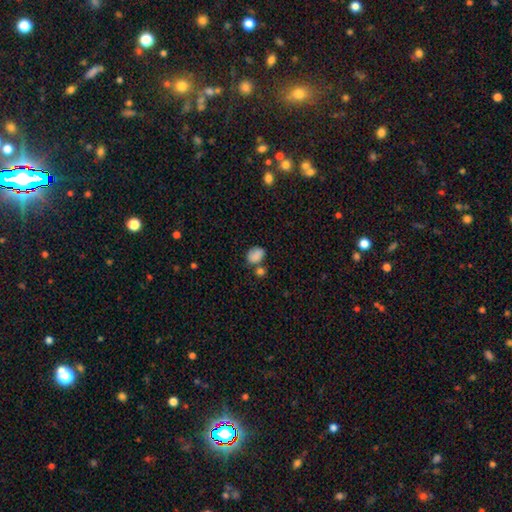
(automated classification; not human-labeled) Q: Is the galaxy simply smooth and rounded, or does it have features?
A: smooth — 84%.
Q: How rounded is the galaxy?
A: in between — 69%.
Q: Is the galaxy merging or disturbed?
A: none — 53%.